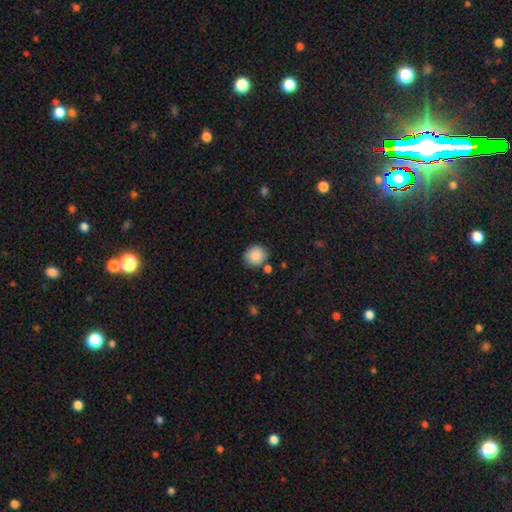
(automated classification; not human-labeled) Smooth or featured? Predicted: smooth (p=0.87). How rounded? Predicted: round (p=0.82). Merging? Predicted: none (p=0.77).